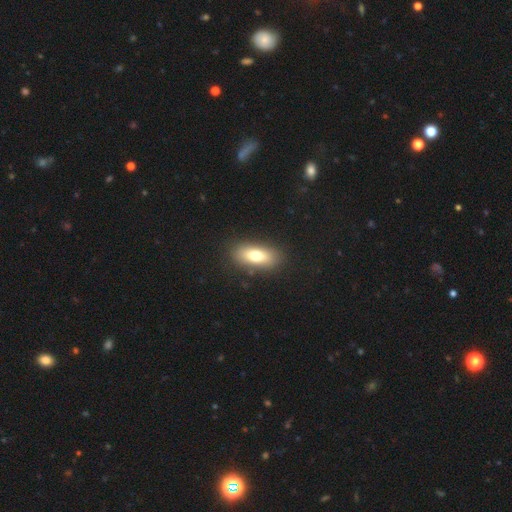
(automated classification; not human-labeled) Smooth or featured?
  - smooth: 75% *
  - featured or disk: 16%
  - star or artifact: 8%
How rounded?
  - in between: 80% *
  - cigar-shaped: 15%
  - round: 4%
Merging?
  - none: 86% *
  - minor disturbance: 9%
  - major disturbance: 3%
  - merger: 1%